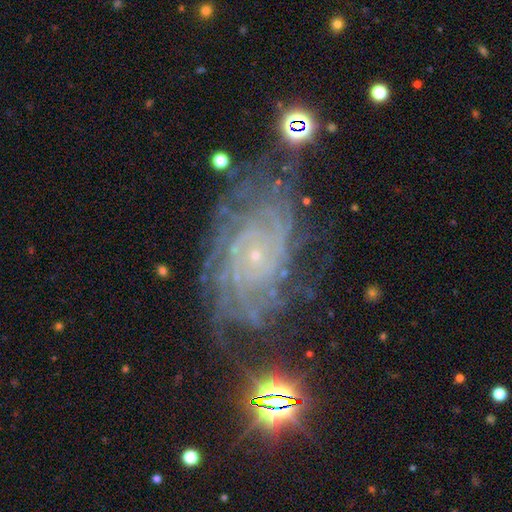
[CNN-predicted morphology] Smooth or featured? Predicted: featured or disk (p=0.84). Edge-on disk? Predicted: no (p=0.96). Bar? Predicted: no (p=0.77). Spiral arms? Predicted: yes (p=0.97). Spiral winding? Predicted: tight (p=0.78). Spiral arm count? Predicted: can't tell (p=0.31). Bulge size? Predicted: small (p=0.88). Merging? Predicted: none (p=0.71).